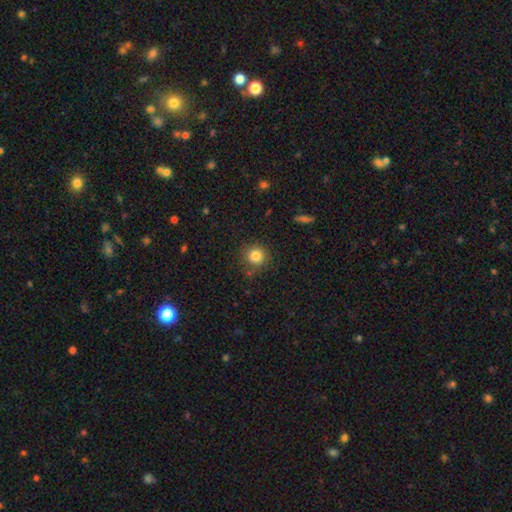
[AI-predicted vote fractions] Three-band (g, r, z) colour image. It shows a smooth galaxy with no disk features (82%) that is round (92%). Merging: none (83%).